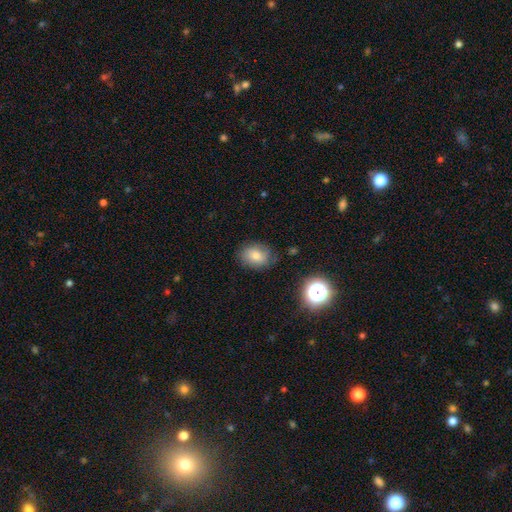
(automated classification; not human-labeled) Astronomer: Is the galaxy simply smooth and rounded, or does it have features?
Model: smooth — 71%.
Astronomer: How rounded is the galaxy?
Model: in between — 57% (runner-up: round, 42%).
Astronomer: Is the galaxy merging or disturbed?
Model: none — 77%.